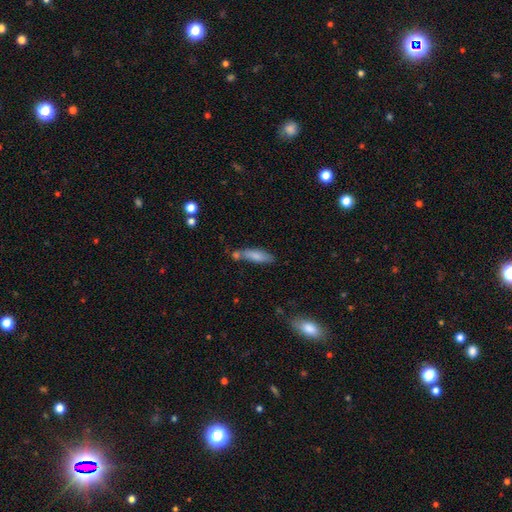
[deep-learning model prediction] The model was most divided on "how rounded": cigar-shaped: 54%, in between: 44%, round: 2%. More confident: smooth or featured — smooth (78%); merging — none (51%).